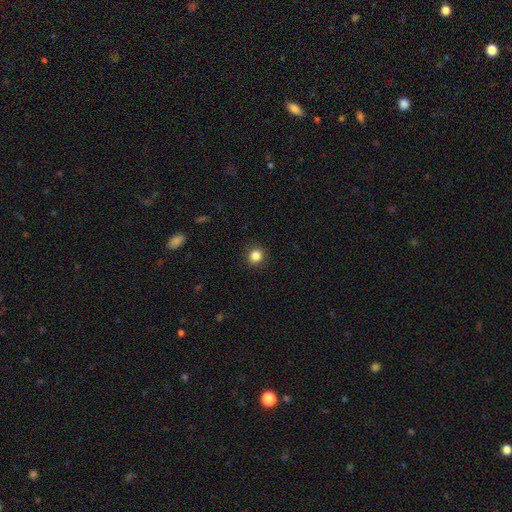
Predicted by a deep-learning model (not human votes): smooth 85%, star or artifact 11%, featured or disk 4%. Down the decision tree: how rounded — round (86%); merging — none (91%).